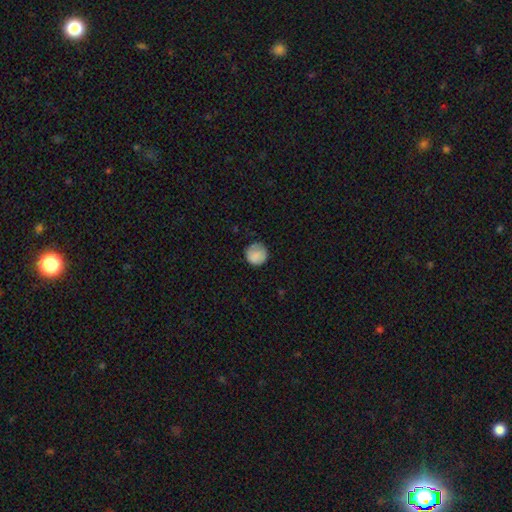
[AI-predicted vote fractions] A smooth galaxy with no disk features (86%) that is round (93%).

Vote fractions:
- Smooth or featured? smooth: 86% / star or artifact: 7% / featured or disk: 7%
- How rounded? round: 93% / in between: 6% / cigar-shaped: 1%
- Merging? none: 79% / minor disturbance: 16% / major disturbance: 4% / merger: 1%